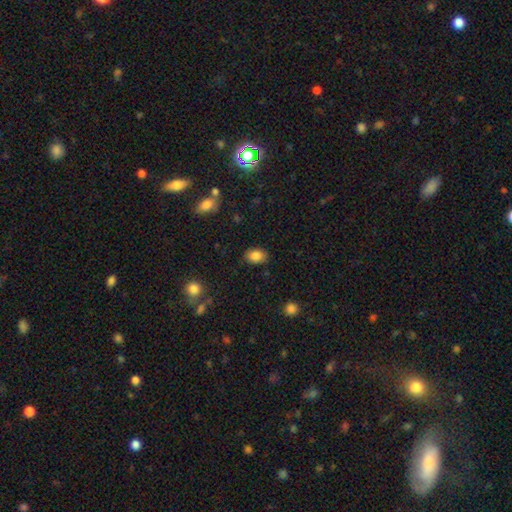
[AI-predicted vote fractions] smooth_or_featured: smooth (p=0.85) [alt: star or artifact p=0.09]
how_rounded: in between (p=0.77) [alt: round p=0.22]
merging: none (p=0.83) [alt: minor disturbance p=0.13]